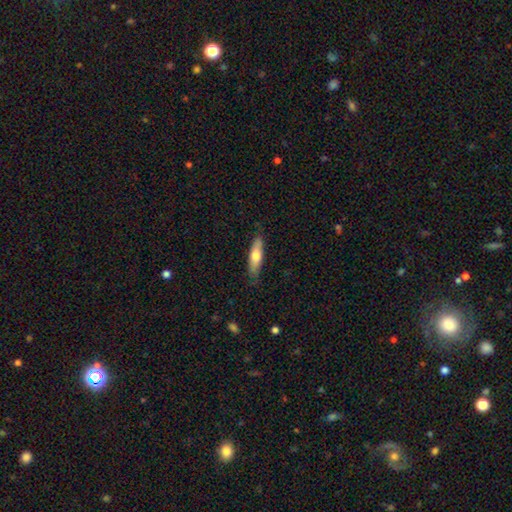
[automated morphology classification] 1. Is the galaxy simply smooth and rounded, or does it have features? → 66% smooth, 28% featured or disk, 6% star or artifact.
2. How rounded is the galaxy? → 61% cigar-shaped, 37% in between, 2% round.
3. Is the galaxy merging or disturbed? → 82% none, 15% minor disturbance, 3% major disturbance, 1% merger.